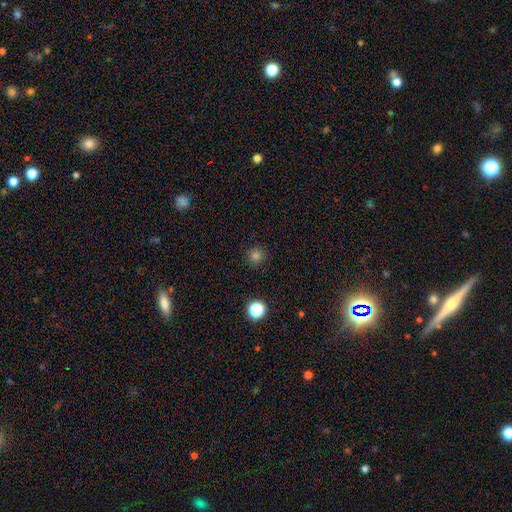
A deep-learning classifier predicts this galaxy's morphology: type=smooth (79%); roundness=round (94%); merging=none (90%).